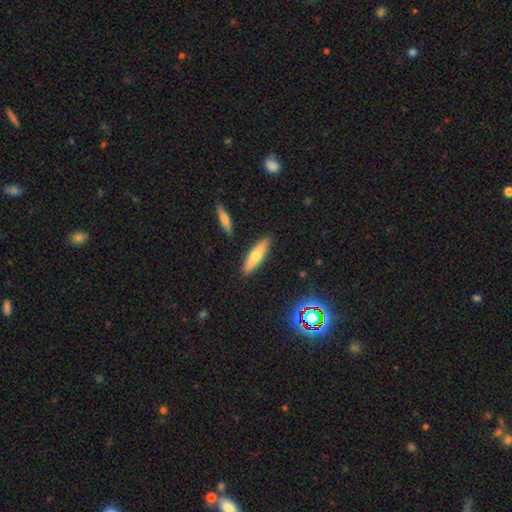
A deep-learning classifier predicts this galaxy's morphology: Overall: smooth (67%). How rounded: cigar-shaped (63%; in between 35%). Merging: none (87%).